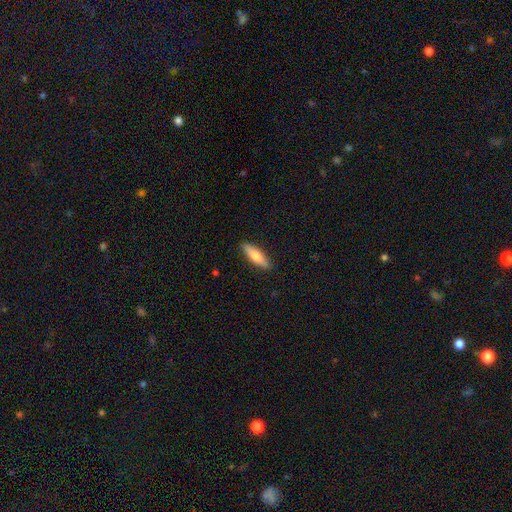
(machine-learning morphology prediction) Smooth or featured? smooth (76%)
How rounded? cigar-shaped (58%)
Merging? none (89%)